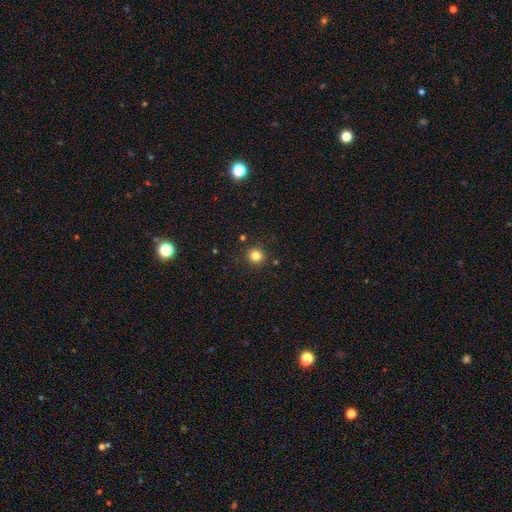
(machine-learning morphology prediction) smooth_or_featured: smooth (p=0.82) [alt: star or artifact p=0.13]
how_rounded: round (p=0.93) [alt: in between p=0.06]
merging: none (p=0.90) [alt: minor disturbance p=0.06]